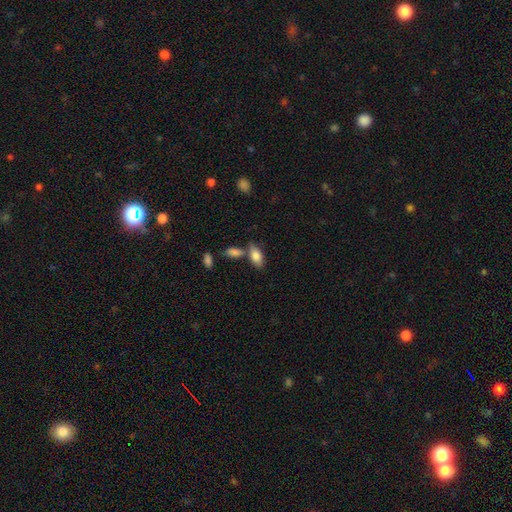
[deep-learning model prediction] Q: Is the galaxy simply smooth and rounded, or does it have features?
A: smooth — 81%.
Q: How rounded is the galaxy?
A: in between — 90%.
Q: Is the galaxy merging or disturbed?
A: none — 58%.